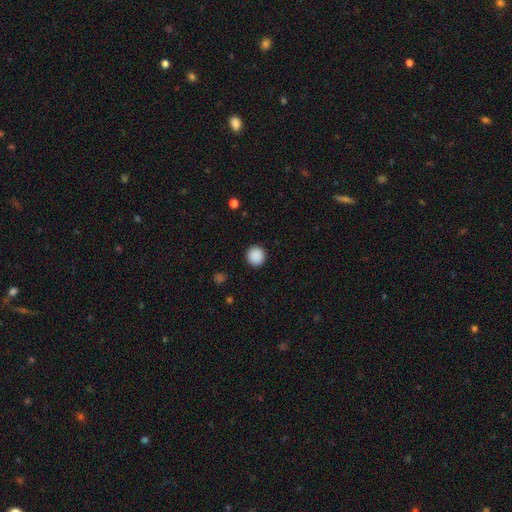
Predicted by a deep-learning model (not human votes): smooth-or-featured: smooth: 89% | star or artifact: 9% | featured or disk: 2%
  how-rounded: round: 95% | in between: 4% | cigar-shaped: 1%
  merging: none: 93% | minor disturbance: 5% | major disturbance: 2% | merger: 1%